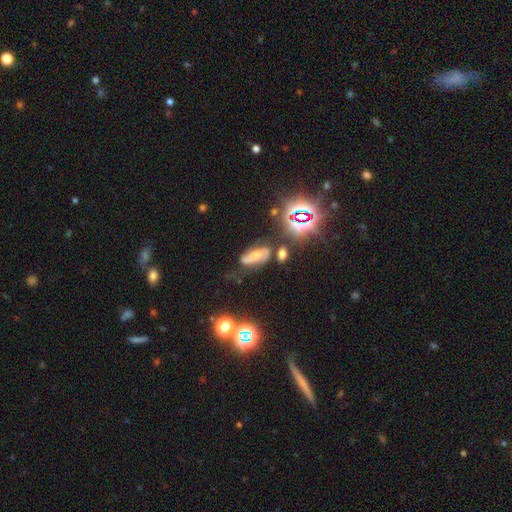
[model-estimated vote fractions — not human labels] Smooth or featured? Predicted: featured or disk (p=0.45). Merging? Predicted: none (p=0.52).